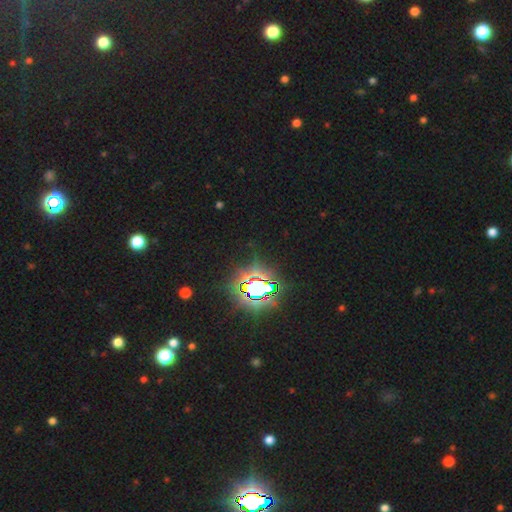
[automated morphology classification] Overall: star or artifact (82%).